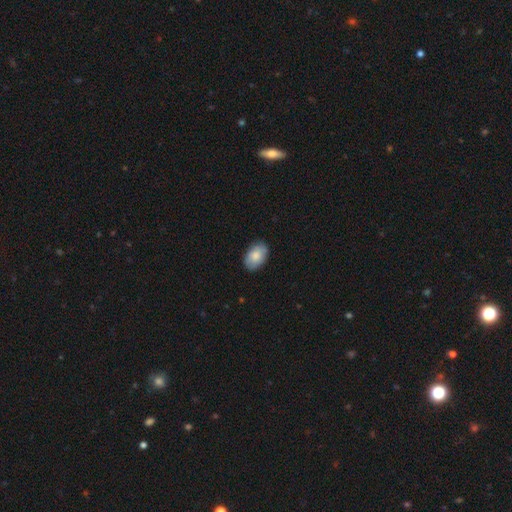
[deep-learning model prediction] Smooth or featured: smooth — 80% (featured or disk — 14%)
How rounded: in between — 88% (round — 11%)
Merging: none — 82% (minor disturbance — 14%)